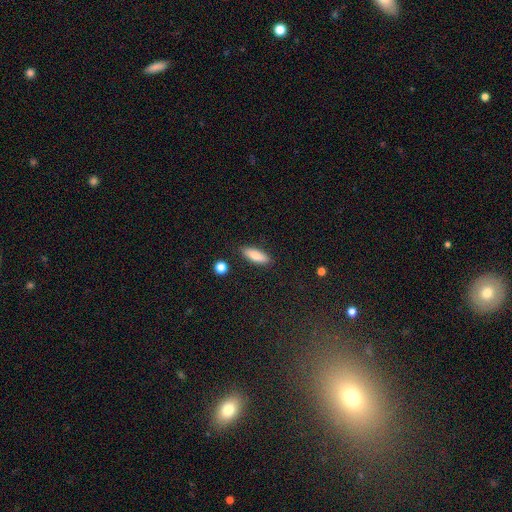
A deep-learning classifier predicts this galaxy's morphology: This appears to be a smooth galaxy with no disk features (82%) that is in between round and cigar-shaped (61%). Merging: none (86%).